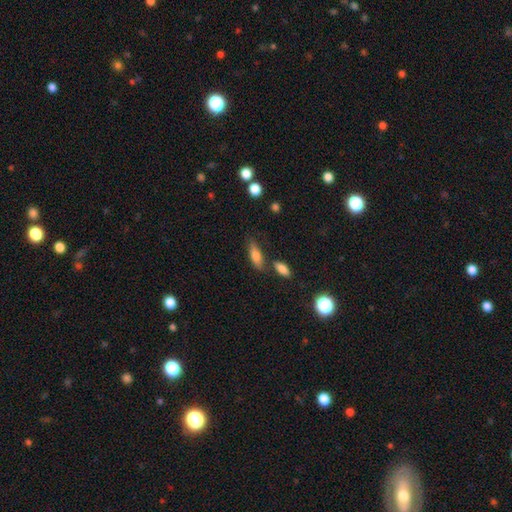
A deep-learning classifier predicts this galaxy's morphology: Q: Smooth or featured?
A: smooth (72%); runner-up: featured or disk (21%)
Q: How rounded?
A: in between (62%); runner-up: cigar-shaped (35%)
Q: Merging?
A: none (69%); runner-up: minor disturbance (15%)